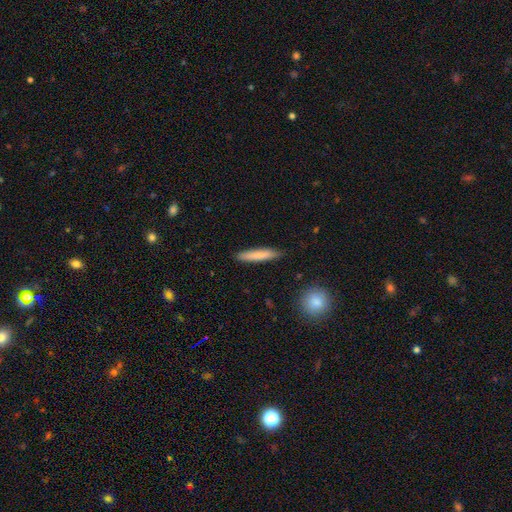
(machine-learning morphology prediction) Smooth or featured: smooth — 78% (featured or disk — 17%)
How rounded: cigar-shaped — 92% (in between — 7%)
Merging: none — 87% (minor disturbance — 9%)